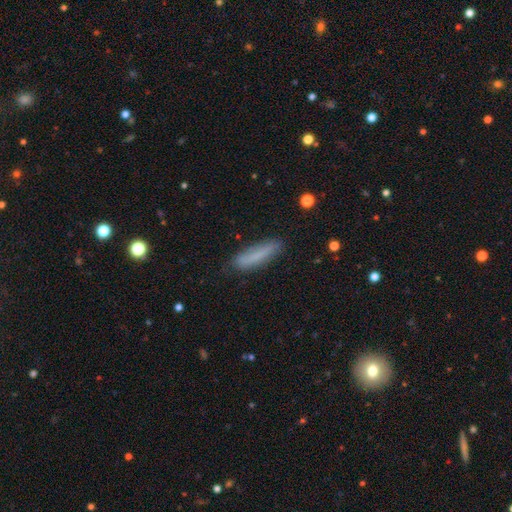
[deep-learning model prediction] Morphology: type=smooth (77%); roundness=cigar-shaped (79%); merging=none (81%).